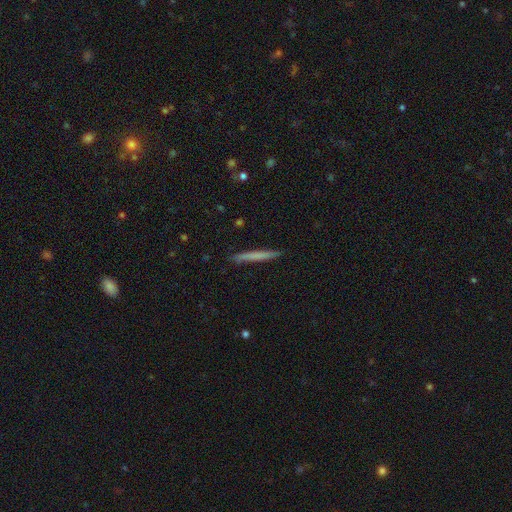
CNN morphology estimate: Smooth or featured: smooth — 64% (featured or disk — 31%)
How rounded: cigar-shaped — 97% (in between — 2%)
Merging: none — 91% (minor disturbance — 6%)